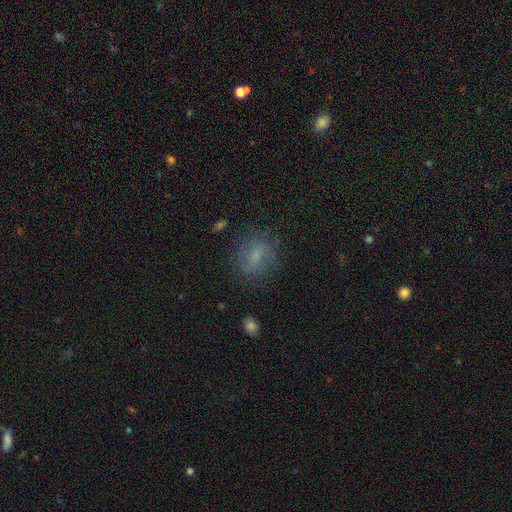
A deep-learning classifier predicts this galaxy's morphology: Overall: smooth (64%). How rounded: round (52%; in between 46%). Merging: none (76%).